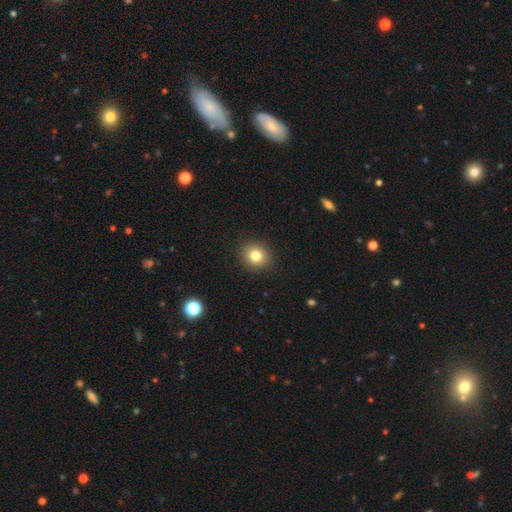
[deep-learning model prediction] Q: Smooth or featured?
A: smooth (81%); runner-up: star or artifact (11%)
Q: How rounded?
A: round (79%); runner-up: in between (20%)
Q: Merging?
A: none (91%); runner-up: minor disturbance (6%)